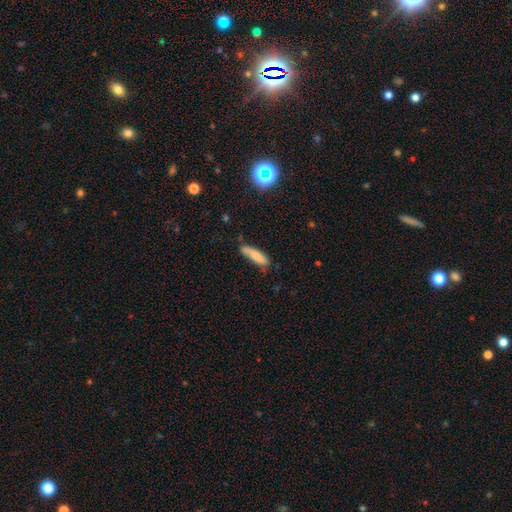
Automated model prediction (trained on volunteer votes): Smooth or featured? smooth (77%)
How rounded? cigar-shaped (66%)
Merging? none (67%)